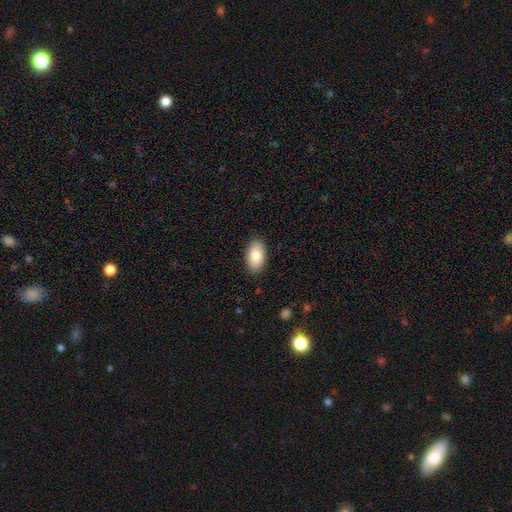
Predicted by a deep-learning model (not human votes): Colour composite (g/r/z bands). It shows a smooth galaxy with no disk features (84%) that is in between round and cigar-shaped (94%). Merging: none (88%).